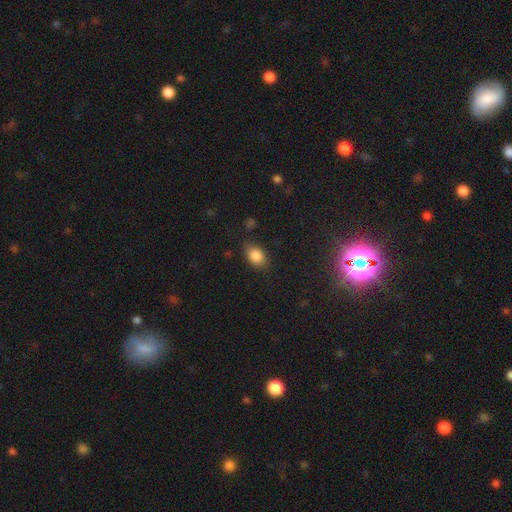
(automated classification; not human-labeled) smooth_or_featured: smooth (p=0.85) [alt: star or artifact p=0.09]
how_rounded: in between (p=0.79) [alt: round p=0.19]
merging: none (p=0.78) [alt: minor disturbance p=0.16]